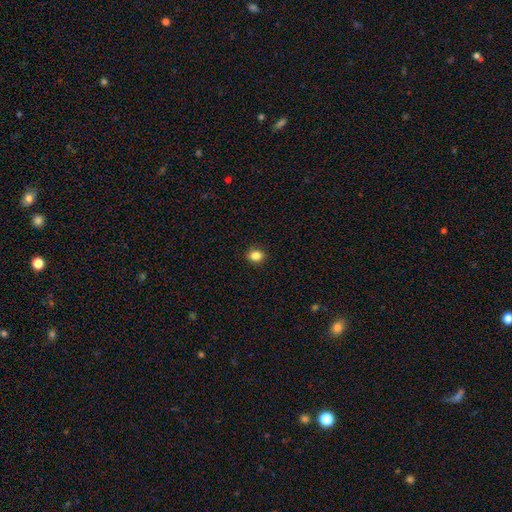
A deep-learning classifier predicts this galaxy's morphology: This is clearly a smooth galaxy (85%). How rounded: likely round (65%). Merging: clearly none (91%).